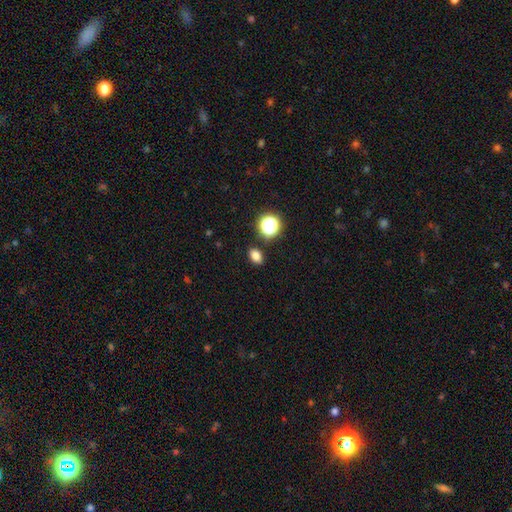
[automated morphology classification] This is likely a smooth galaxy (78%). How rounded: likely in between (74%). Merging: clearly none (86%).